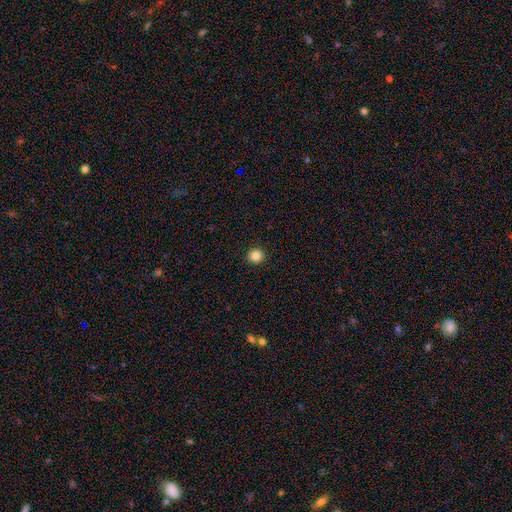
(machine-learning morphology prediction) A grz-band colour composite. It shows a smooth galaxy with no disk features (83%) that is round (93%). Merging: none (93%).